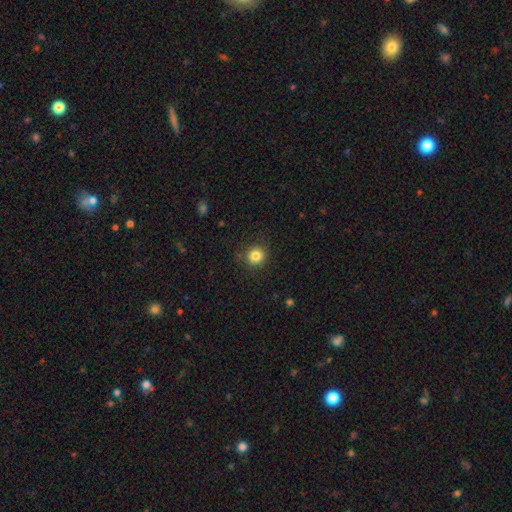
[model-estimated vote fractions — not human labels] This appears to be a smooth galaxy with no disk features (83%) that is round (90%). Merging: none (87%).